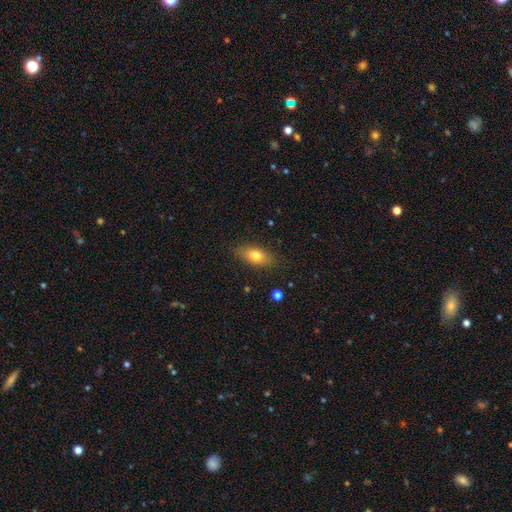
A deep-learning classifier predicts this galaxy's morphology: smooth-or-featured: smooth: 75% | featured or disk: 17% | star or artifact: 8%
  how-rounded: in between: 82% | cigar-shaped: 12% | round: 6%
  merging: none: 82% | minor disturbance: 14% | major disturbance: 3% | merger: 1%